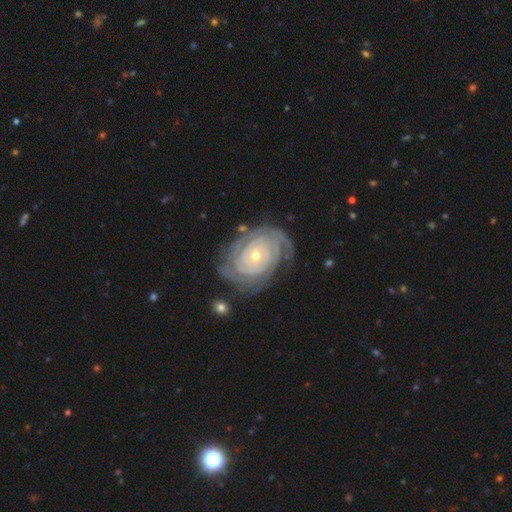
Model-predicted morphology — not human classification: smooth-or-featured: featured or disk: 91% | star or artifact: 5% | smooth: 4%
  disk-edge-on: no: 97% | yes: 3%
    bar: no: 76% | weak: 16% | strong: 8%
    has-spiral-arms: yes: 98% | no: 2%
      spiral-winding: tight: 88% | medium: 10% | loose: 2%
      spiral-arm-count: can't tell: 24% | 2: 22% | 3: 20% | 4: 17% | more than 4: 11% | 1: 7%
    bulge-size: small: 56% | moderate: 41% | large: 2% | none: 1% | dominant: 1%
  merging: none: 74% | minor disturbance: 17% | major disturbance: 7% | merger: 2%